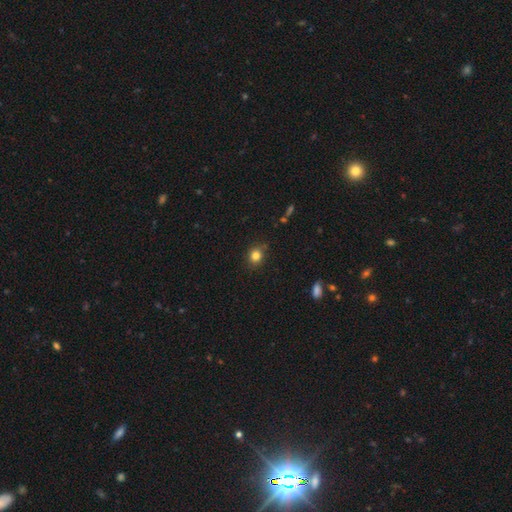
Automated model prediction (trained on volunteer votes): smooth-or-featured: smooth: 83% | star or artifact: 12% | featured or disk: 5%
  how-rounded: round: 74% | in between: 26% | cigar-shaped: 1%
  merging: none: 84% | minor disturbance: 12% | major disturbance: 3% | merger: 2%